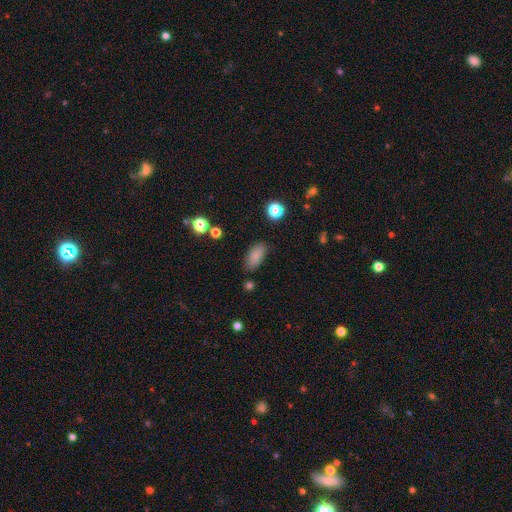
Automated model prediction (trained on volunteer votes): smooth-or-featured: smooth: 84% | star or artifact: 9% | featured or disk: 7%
  how-rounded: in between: 90% | cigar-shaped: 6% | round: 4%
  merging: none: 81% | minor disturbance: 13% | major disturbance: 3% | merger: 2%